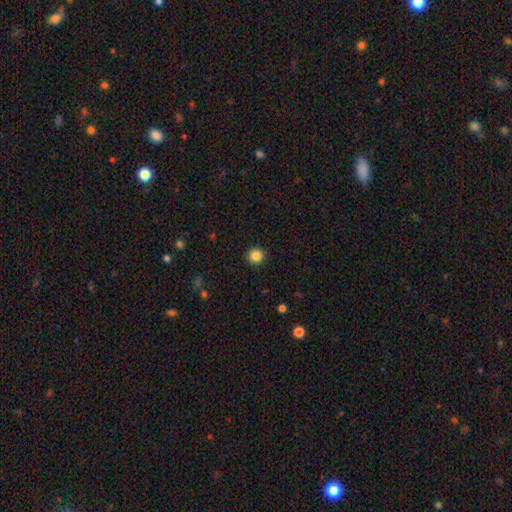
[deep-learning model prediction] This appears to be a smooth galaxy with no disk features (85%) that is round (95%). Merging: none (93%).